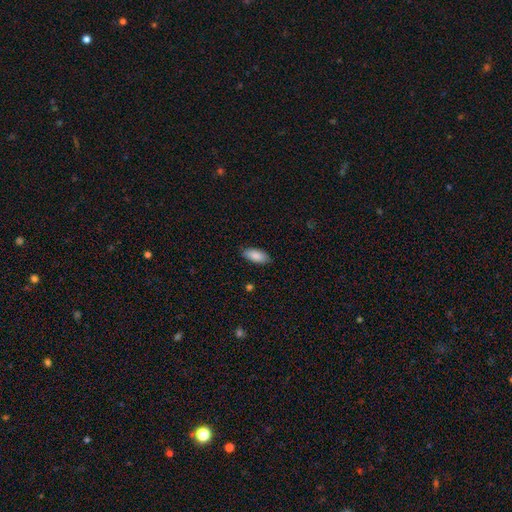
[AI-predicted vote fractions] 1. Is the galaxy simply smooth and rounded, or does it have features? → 88% smooth, 6% star or artifact, 6% featured or disk.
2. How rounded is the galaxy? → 86% in between, 12% cigar-shaped, 2% round.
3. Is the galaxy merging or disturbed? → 87% none, 10% minor disturbance, 2% major disturbance, 1% merger.